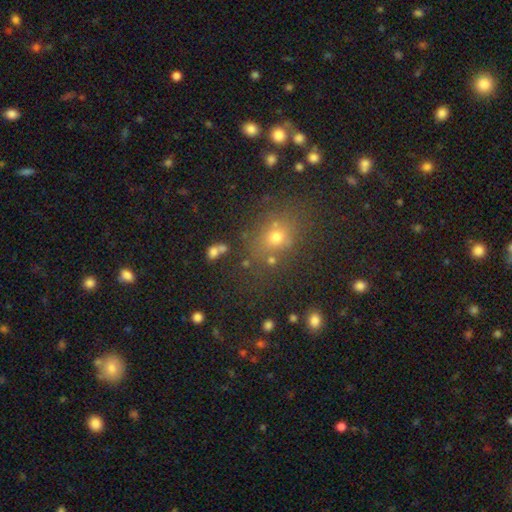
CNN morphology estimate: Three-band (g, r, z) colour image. It shows a smooth galaxy with no disk features (53%) that is round (72%). Merging: none (79%).